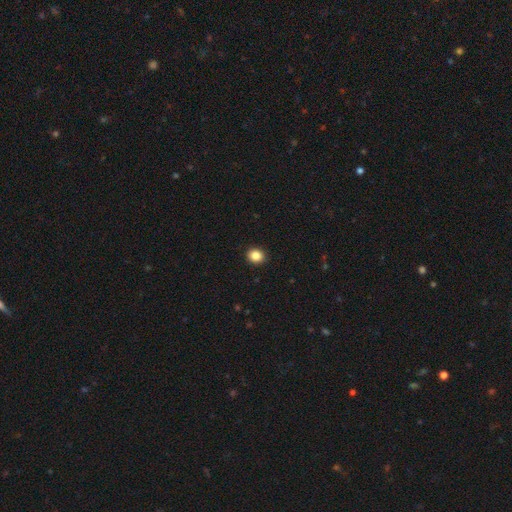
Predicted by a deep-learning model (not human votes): smooth-or-featured: smooth: 86% | star or artifact: 10% | featured or disk: 4%
  how-rounded: round: 69% | in between: 30% | cigar-shaped: 1%
  merging: none: 92% | minor disturbance: 5% | major disturbance: 2% | merger: 1%